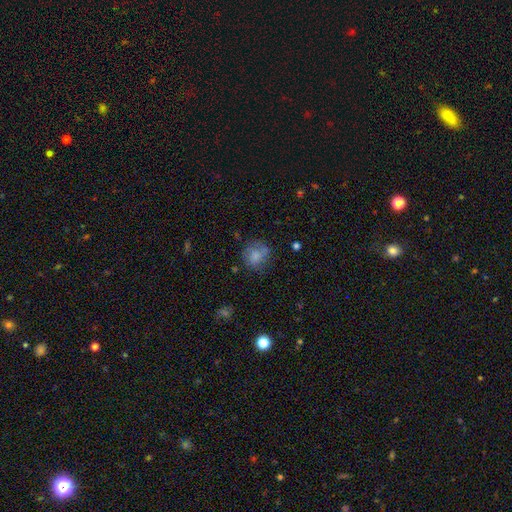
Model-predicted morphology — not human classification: Smooth or featured? smooth (58%)
How rounded? round (80%)
Merging? none (69%)